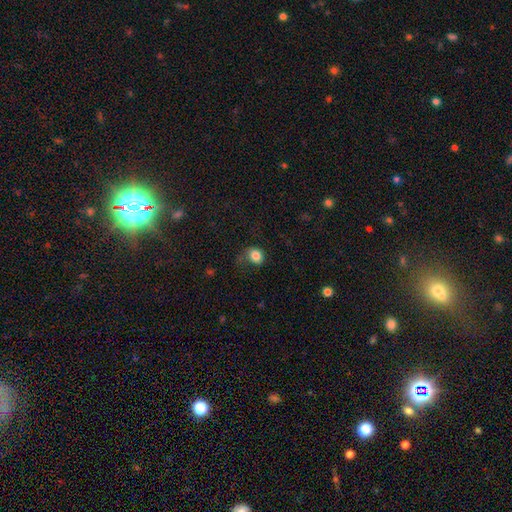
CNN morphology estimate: The model was most divided on "how rounded": round: 59%, in between: 40%, cigar-shaped: 1%. Remaining: smooth or featured — smooth (83%); merging — none (50%).